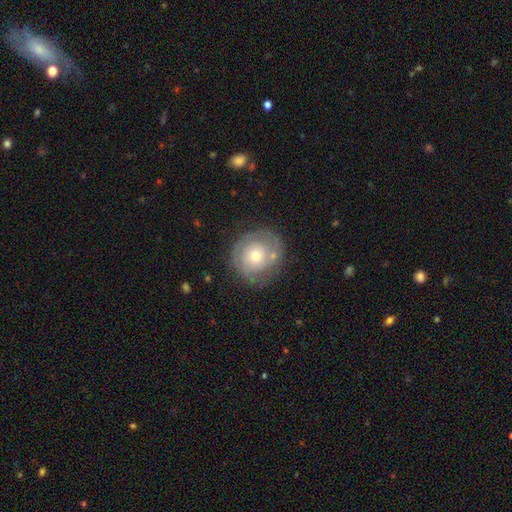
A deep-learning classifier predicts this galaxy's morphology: smooth-or-featured: featured or disk: 56% | smooth: 37% | star or artifact: 7%
  disk-edge-on: no: 97% | yes: 3%
    bar: no: 85% | weak: 12% | strong: 3%
    has-spiral-arms: yes: 61% | no: 39%
    bulge-size: moderate: 56% | small: 37% | large: 5% | none: 1% | dominant: 1%
  merging: none: 70% | minor disturbance: 18% | major disturbance: 7% | merger: 5%